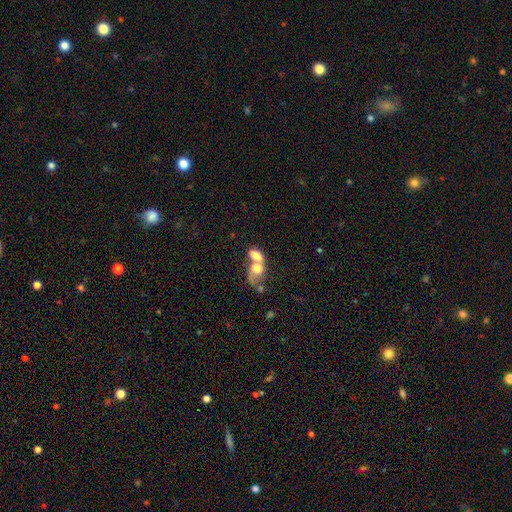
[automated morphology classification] Smooth or featured: smooth — 64% (featured or disk — 28%)
How rounded: in between — 75% (round — 23%)
Merging: merger — 80% (none — 9%)